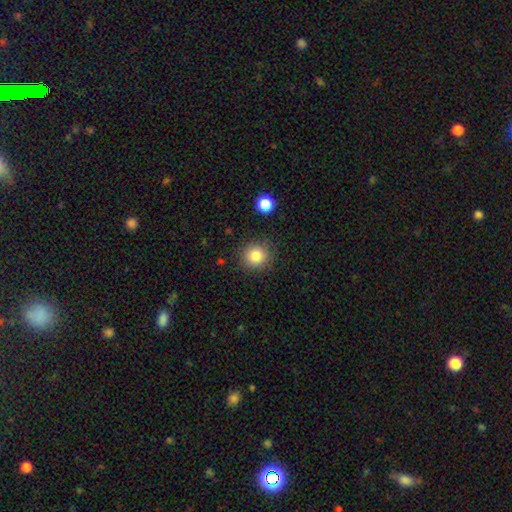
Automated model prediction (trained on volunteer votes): A smooth galaxy with no disk features (83%) that is round (90%).

Vote fractions:
- Smooth or featured? smooth: 83% / star or artifact: 10% / featured or disk: 6%
- How rounded? round: 90% / in between: 9% / cigar-shaped: 1%
- Merging? none: 86% / minor disturbance: 9% / major disturbance: 3% / merger: 2%